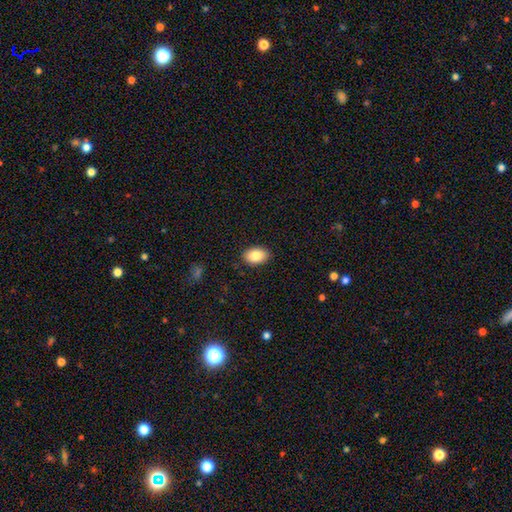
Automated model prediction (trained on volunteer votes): Morphology: type=smooth (84%); roundness=in between (86%); merging=none (88%).